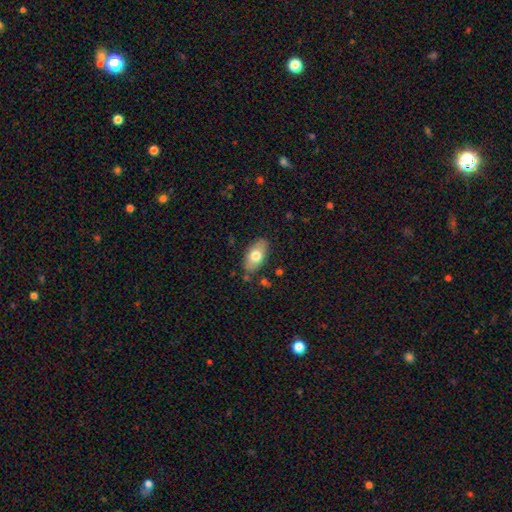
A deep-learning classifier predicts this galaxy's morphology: This is likely a smooth galaxy (72%). How rounded: clearly in between (92%). Merging: clearly none (82%).